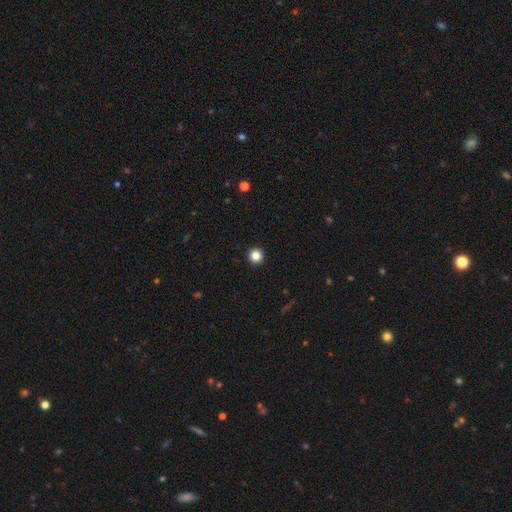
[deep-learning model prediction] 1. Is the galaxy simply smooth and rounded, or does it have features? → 85% smooth, 11% star or artifact, 3% featured or disk.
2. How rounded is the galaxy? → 96% round, 4% in between, 1% cigar-shaped.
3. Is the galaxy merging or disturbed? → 94% none, 4% minor disturbance, 1% major disturbance, 1% merger.